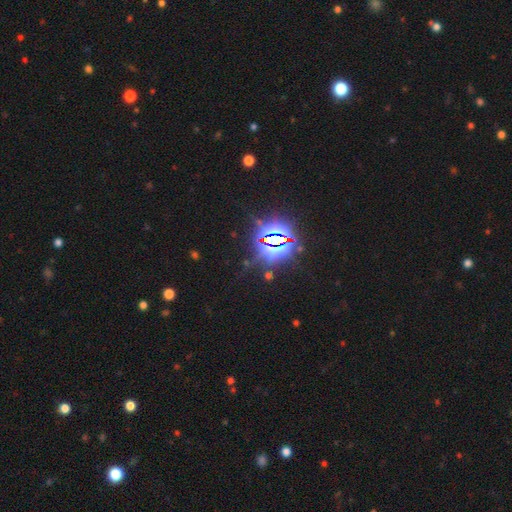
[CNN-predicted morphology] Smooth or featured: star or artifact — 86% (smooth — 9%)